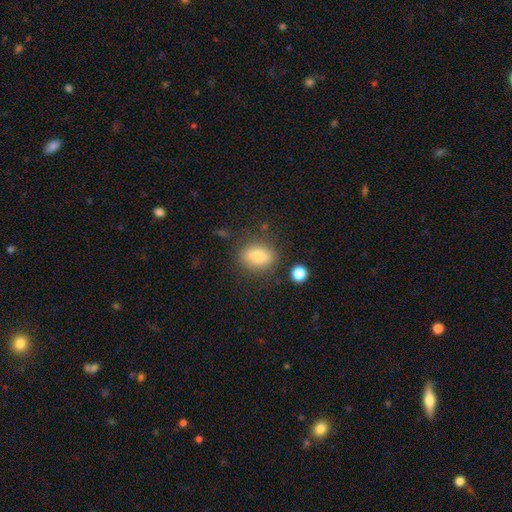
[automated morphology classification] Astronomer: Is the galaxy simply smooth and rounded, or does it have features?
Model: smooth — 82%.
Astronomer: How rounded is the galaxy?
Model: in between — 75%.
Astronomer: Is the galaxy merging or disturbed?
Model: none — 79%.